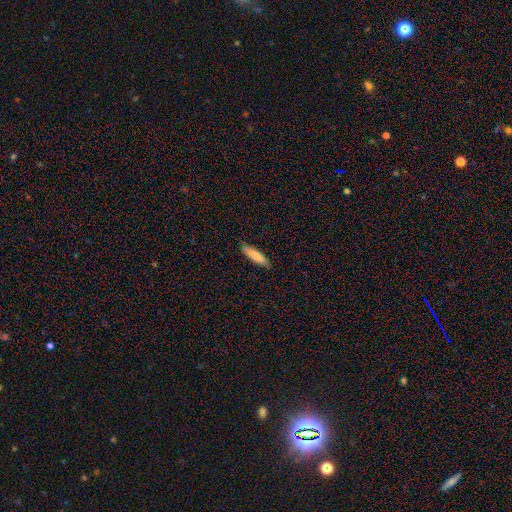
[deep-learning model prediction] smooth-or-featured: smooth: 83% | featured or disk: 12% | star or artifact: 6%
  how-rounded: cigar-shaped: 82% | in between: 16% | round: 1%
  merging: none: 88% | minor disturbance: 9% | major disturbance: 2% | merger: 1%